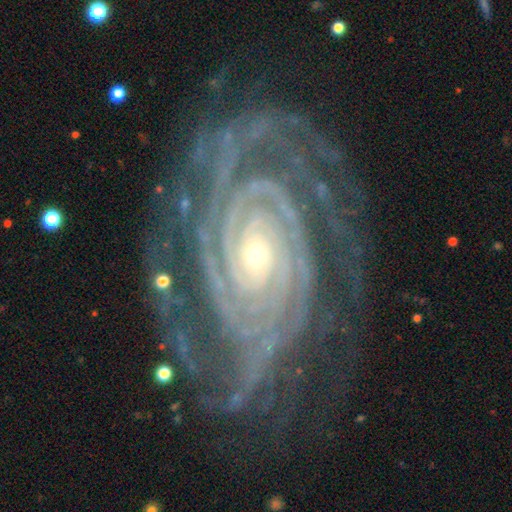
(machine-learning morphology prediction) This is clearly a featured or disk galaxy (91%). It is clearly not viewed edge-on (96%). Bar: likely no (68%). Spiral arm pattern: clearly yes (98%). Spiral arm count: marginally 2 (21%). Spiral winding: likely tight (80%). Central bulge: likely small (66%). Merging: likely none (76%).